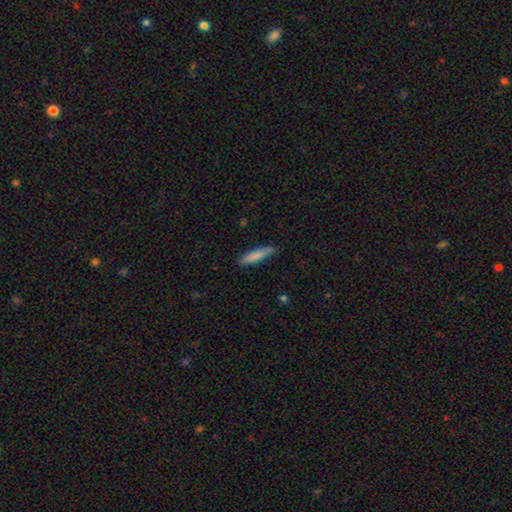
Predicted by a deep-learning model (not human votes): Smooth or featured?
  - smooth: 82% *
  - featured or disk: 12%
  - star or artifact: 6%
How rounded?
  - cigar-shaped: 84% *
  - in between: 15%
  - round: 1%
Merging?
  - none: 82% *
  - minor disturbance: 14%
  - major disturbance: 2%
  - merger: 1%